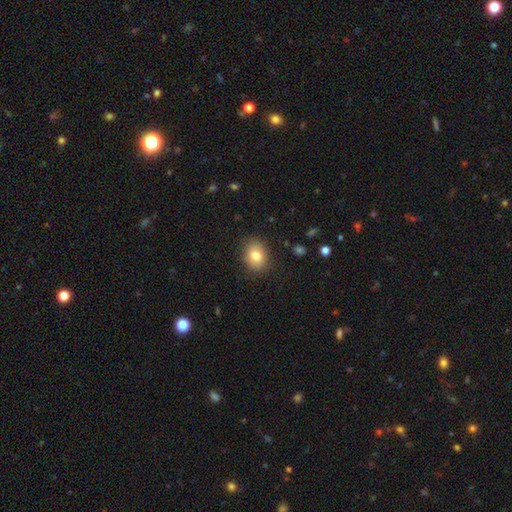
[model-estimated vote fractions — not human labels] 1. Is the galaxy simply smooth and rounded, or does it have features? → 80% smooth, 11% featured or disk, 10% star or artifact.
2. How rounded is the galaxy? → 52% in between, 47% round, 1% cigar-shaped.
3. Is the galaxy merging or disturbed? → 85% none, 11% minor disturbance, 3% major disturbance, 1% merger.